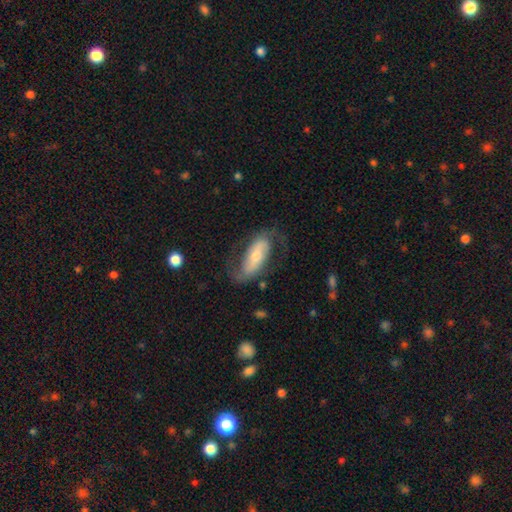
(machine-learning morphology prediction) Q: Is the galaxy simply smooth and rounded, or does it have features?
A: featured or disk — 70%.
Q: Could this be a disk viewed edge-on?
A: no — 90%.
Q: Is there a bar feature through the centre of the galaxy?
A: strong — 37%.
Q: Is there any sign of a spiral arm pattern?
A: yes — 89%.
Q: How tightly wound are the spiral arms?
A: loose — 43%.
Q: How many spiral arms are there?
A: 2 — 86%.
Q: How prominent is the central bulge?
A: moderate — 48%.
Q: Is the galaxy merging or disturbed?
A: none — 66%.